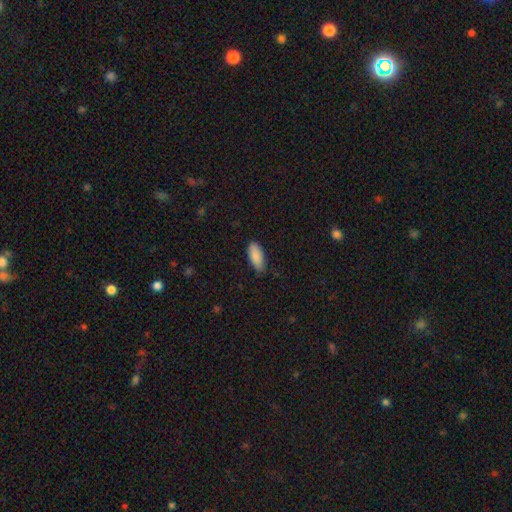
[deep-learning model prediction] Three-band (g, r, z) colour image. It shows a smooth galaxy with no disk features (89%) that is in between round and cigar-shaped (86%). Merging: none (79%).